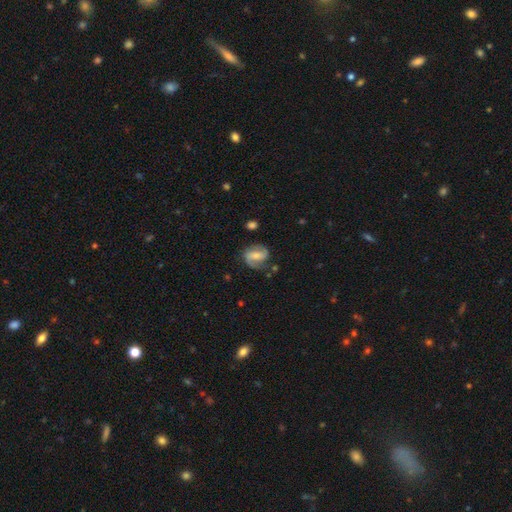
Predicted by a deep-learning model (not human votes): This appears to be a featured or disk galaxy (73%) with a weak bar (43%), 2 (87%) medium (45%) spiral arms (93%) and a moderate central bulge (45%). Merging: none (74%).